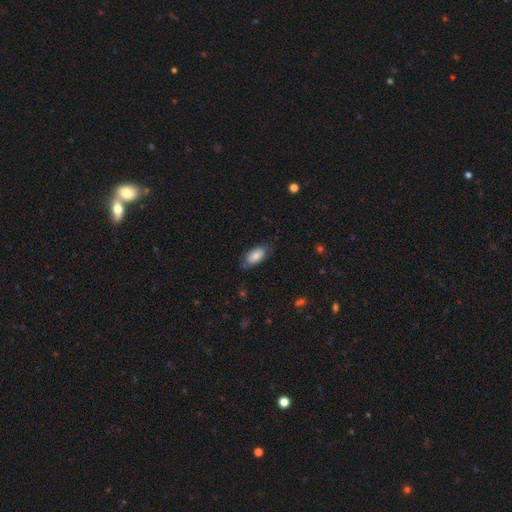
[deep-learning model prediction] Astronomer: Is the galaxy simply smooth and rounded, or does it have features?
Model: smooth — 81%.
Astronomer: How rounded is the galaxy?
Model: in between — 92%.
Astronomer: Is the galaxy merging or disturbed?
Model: none — 70%.